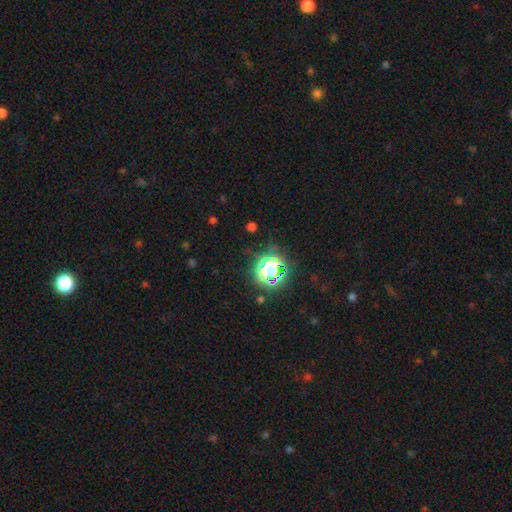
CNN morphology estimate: The model was most divided on "smooth or featured": star or artifact: 76%, smooth: 17%, featured or disk: 7%.